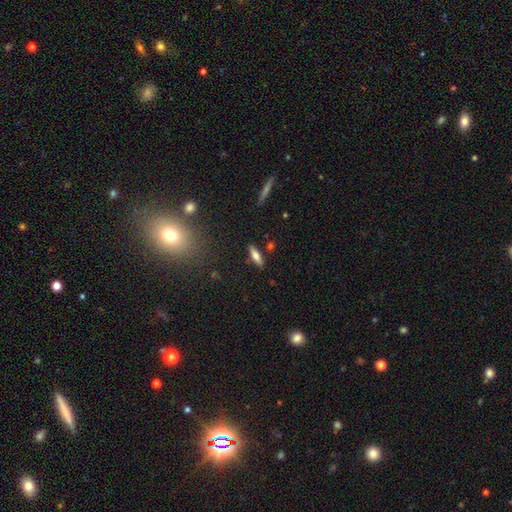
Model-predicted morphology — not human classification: smooth_or_featured: smooth (p=0.62) [alt: featured or disk p=0.30]
how_rounded: cigar-shaped (p=0.53) [alt: in between p=0.45]
merging: none (p=0.86) [alt: minor disturbance p=0.09]